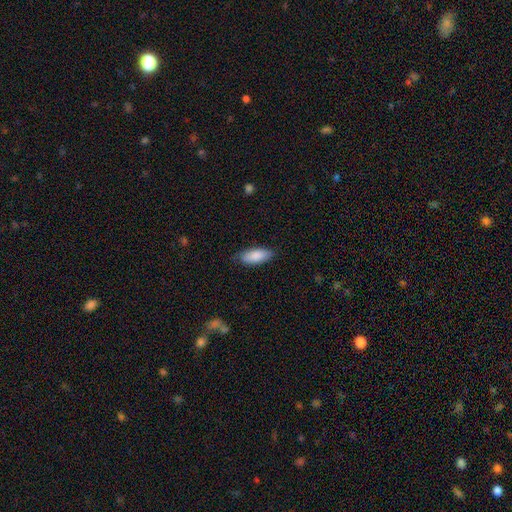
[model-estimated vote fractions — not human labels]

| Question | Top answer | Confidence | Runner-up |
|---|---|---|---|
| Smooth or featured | smooth | 87% | featured or disk (7%) |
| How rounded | in between | 83% | cigar-shaped (15%) |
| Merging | none | 81% | minor disturbance (15%) |